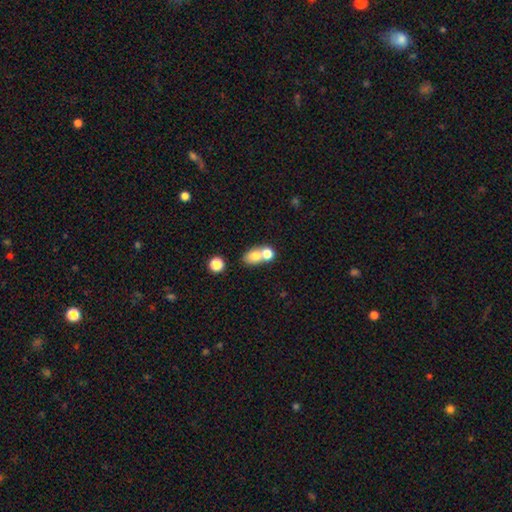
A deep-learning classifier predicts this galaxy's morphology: This appears to be a smooth galaxy with no disk features (75%) that is in between round and cigar-shaped (62%). Merging: merger (53%).